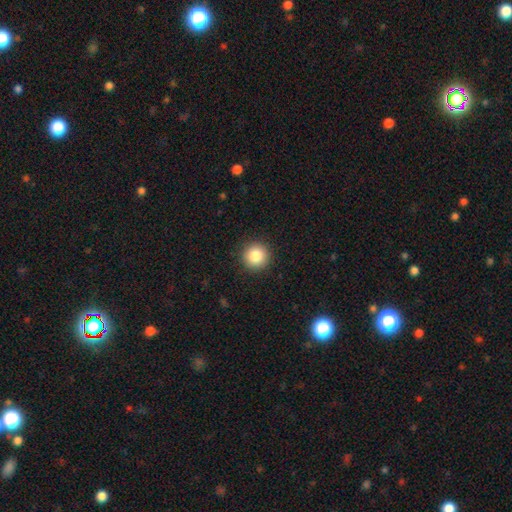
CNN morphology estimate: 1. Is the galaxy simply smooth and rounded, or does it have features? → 85% smooth, 10% star or artifact, 6% featured or disk.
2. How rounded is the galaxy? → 95% round, 4% in between, 1% cigar-shaped.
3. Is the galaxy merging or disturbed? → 92% none, 5% minor disturbance, 2% major disturbance, 1% merger.